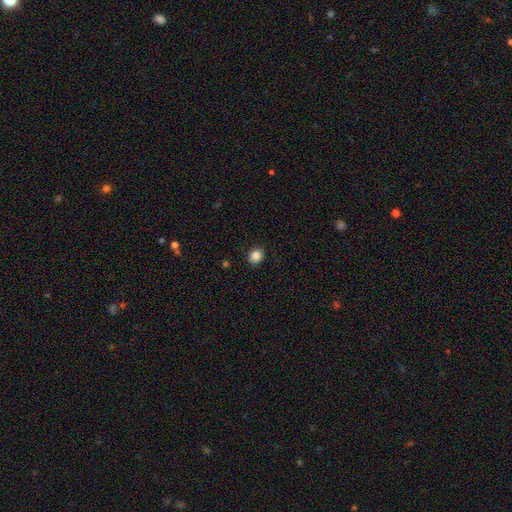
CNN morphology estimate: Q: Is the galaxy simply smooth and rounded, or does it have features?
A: smooth — 86%.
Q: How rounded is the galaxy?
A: round — 68%.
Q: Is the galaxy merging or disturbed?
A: none — 90%.